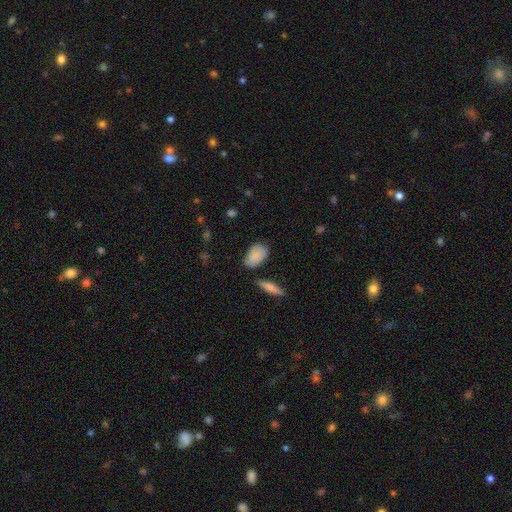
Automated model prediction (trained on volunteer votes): smooth-or-featured: smooth: 86% | featured or disk: 7% | star or artifact: 7%
  how-rounded: in between: 90% | round: 7% | cigar-shaped: 3%
  merging: none: 70% | minor disturbance: 20% | merger: 6% | major disturbance: 5%